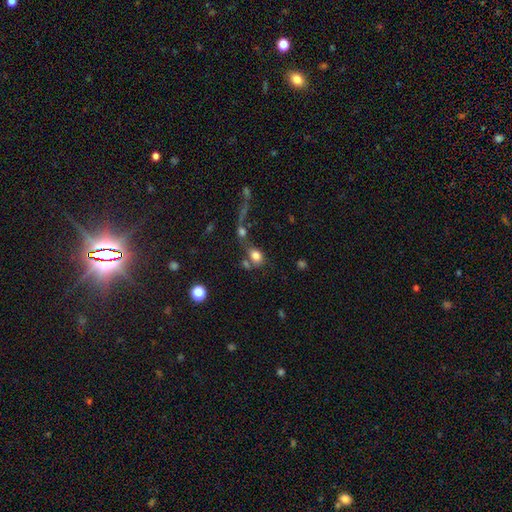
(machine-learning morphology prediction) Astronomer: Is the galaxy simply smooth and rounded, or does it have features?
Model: smooth — 77%.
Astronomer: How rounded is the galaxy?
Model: in between — 59% (runner-up: round, 38%).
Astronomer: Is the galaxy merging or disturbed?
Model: merger — 43% (runner-up: none, 33%).